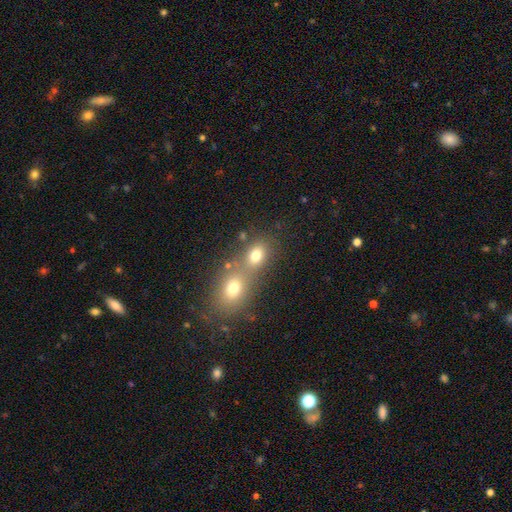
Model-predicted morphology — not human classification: smooth-or-featured: smooth: 75% | star or artifact: 14% | featured or disk: 11%
  how-rounded: in between: 60% | round: 38% | cigar-shaped: 2%
  merging: merger: 51% | none: 38% | minor disturbance: 8% | major disturbance: 4%